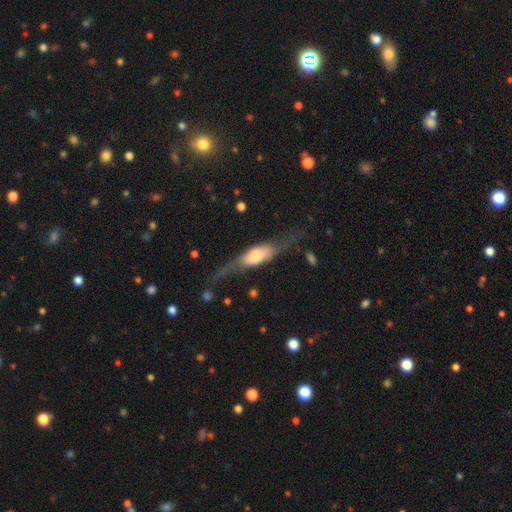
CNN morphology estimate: This appears to be a featured or disk galaxy (60%) viewed edge-on (64%). Merging: none (48%).